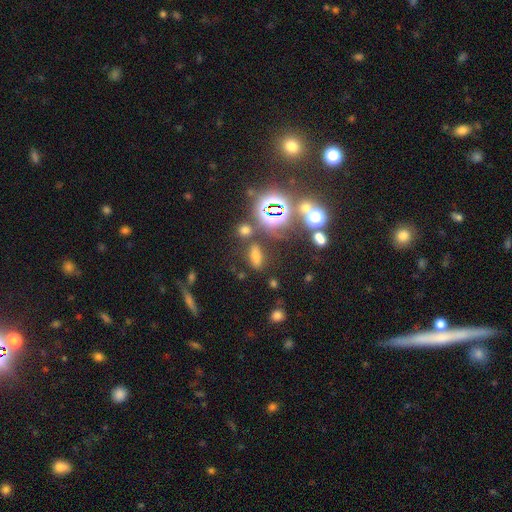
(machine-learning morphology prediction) This is possibly a smooth galaxy (60%). How rounded: likely in between (66%). Merging: likely none (76%).